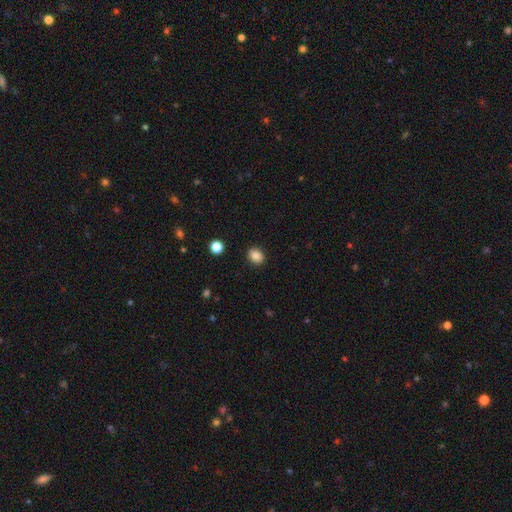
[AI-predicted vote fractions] This appears to be a smooth galaxy with no disk features (85%) that is round (55%). Merging: none (90%).